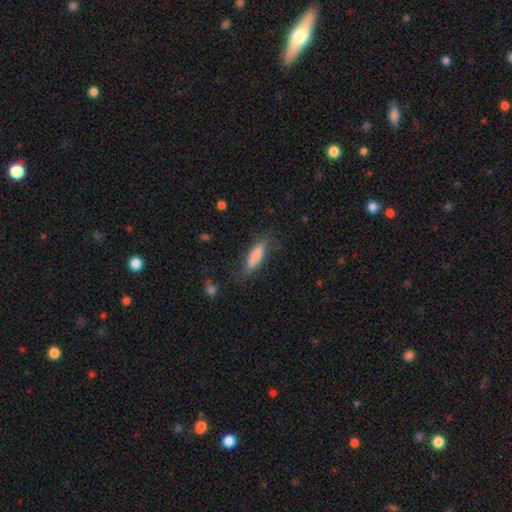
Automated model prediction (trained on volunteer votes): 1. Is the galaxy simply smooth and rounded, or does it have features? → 80% smooth, 14% featured or disk, 6% star or artifact.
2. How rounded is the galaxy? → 62% cigar-shaped, 37% in between, 2% round.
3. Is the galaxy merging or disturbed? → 72% none, 19% minor disturbance, 7% major disturbance, 2% merger.